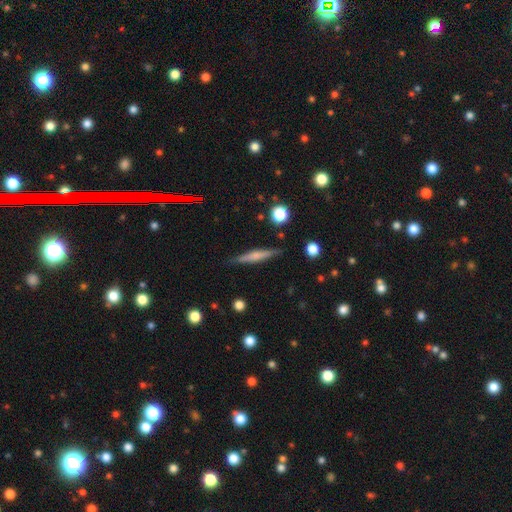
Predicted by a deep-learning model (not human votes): A featured or disk galaxy (49%).

Vote fractions:
- Smooth or featured? featured or disk: 49% / smooth: 44% / star or artifact: 7%
- Merging? none: 87% / minor disturbance: 10% / major disturbance: 2% / merger: 2%